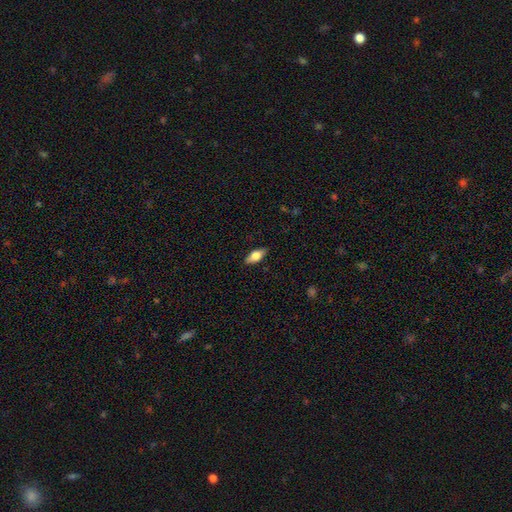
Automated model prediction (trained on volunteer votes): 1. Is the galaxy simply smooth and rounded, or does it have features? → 65% smooth, 28% featured or disk, 7% star or artifact.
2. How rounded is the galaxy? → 82% in between, 15% cigar-shaped, 4% round.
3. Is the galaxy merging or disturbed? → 86% none, 10% minor disturbance, 2% major disturbance, 1% merger.